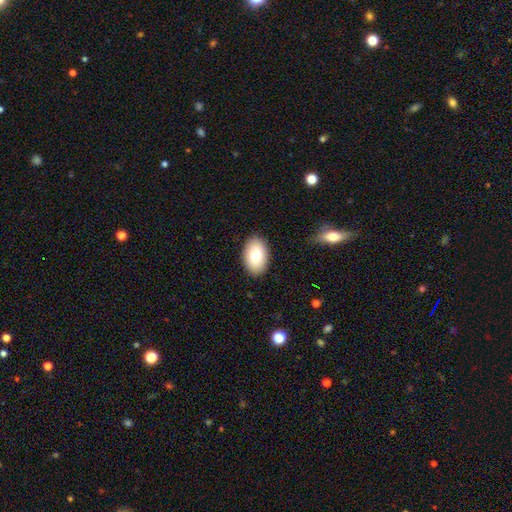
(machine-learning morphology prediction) Smooth or featured? Predicted: smooth (p=0.80). How rounded? Predicted: in between (p=0.91). Merging? Predicted: none (p=0.89).